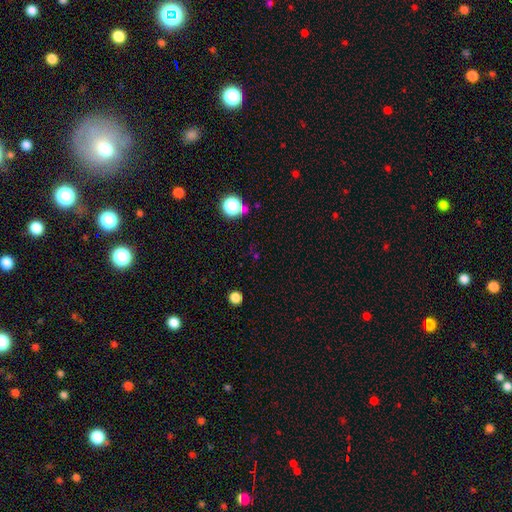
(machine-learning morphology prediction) A star or artifact, not a galaxy (50%).

Vote fractions:
- Smooth or featured? star or artifact: 50% / smooth: 43% / featured or disk: 7%